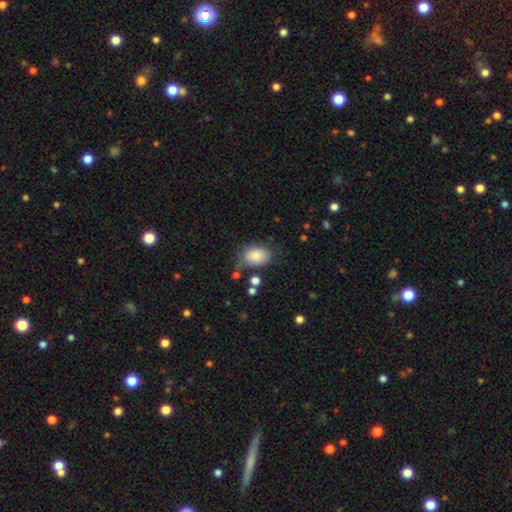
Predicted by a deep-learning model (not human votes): The model was most divided on "merging": none: 60%, minor disturbance: 25%, major disturbance: 10%, merger: 5%. More confident: smooth or featured — smooth (84%); how rounded — in between (83%).